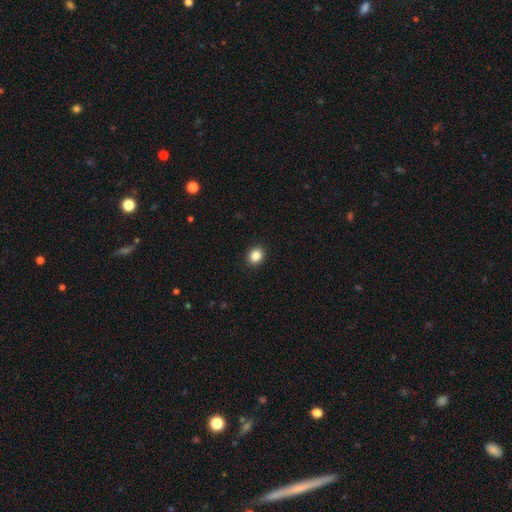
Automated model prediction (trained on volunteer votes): Morphology: type=smooth (85%); roundness=round (76%); merging=none (92%).